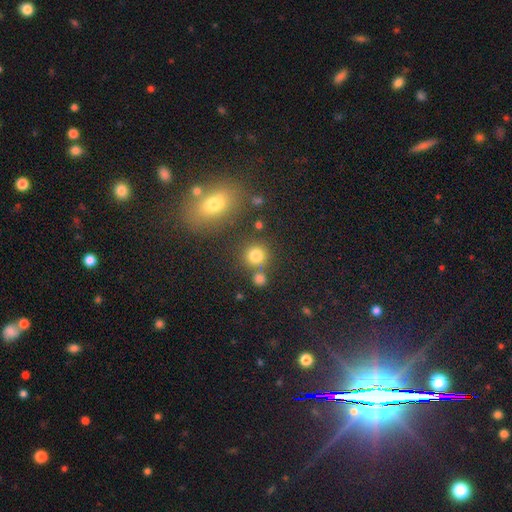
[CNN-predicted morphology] smooth_or_featured: smooth (p=0.79) [alt: star or artifact p=0.15]
how_rounded: round (p=0.87) [alt: in between p=0.12]
merging: none (p=0.70) [alt: merger p=0.17]